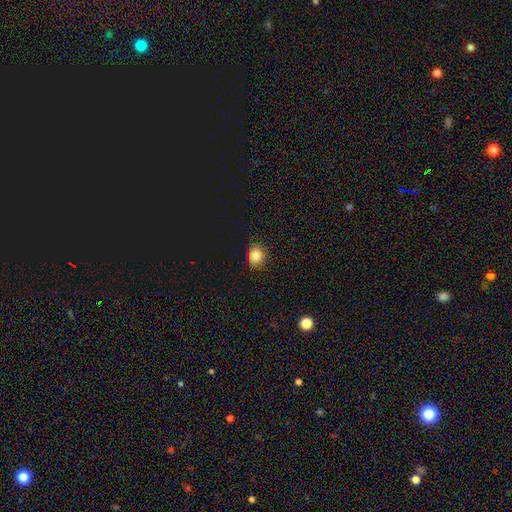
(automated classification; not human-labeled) Overall: smooth (85%). How rounded: round (73%). Merging: none (87%).